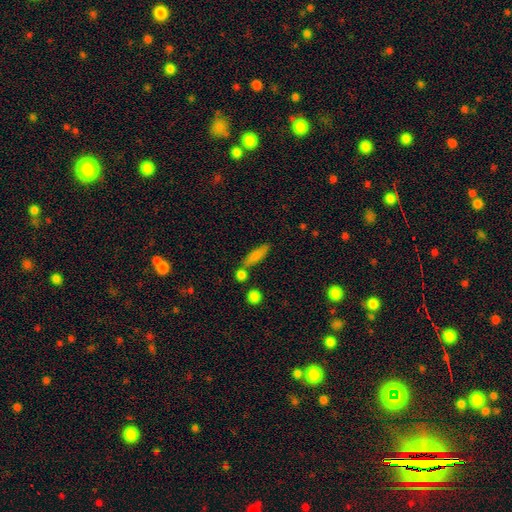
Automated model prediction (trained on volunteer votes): Morphology: type=smooth (78%); roundness=cigar-shaped (56%); merging=none (64%).